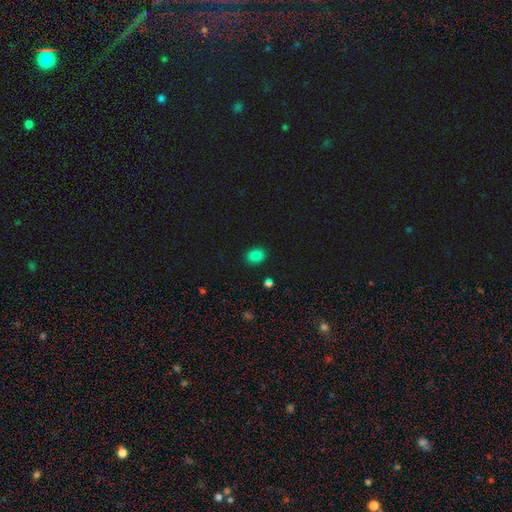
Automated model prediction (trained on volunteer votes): A smooth galaxy with no disk features (83%) that is in between round and cigar-shaped (64%).

Vote fractions:
- Smooth or featured? smooth: 83% / star or artifact: 13% / featured or disk: 4%
- How rounded? in between: 64% / round: 34% / cigar-shaped: 1%
- Merging? none: 89% / minor disturbance: 8% / major disturbance: 2% / merger: 1%